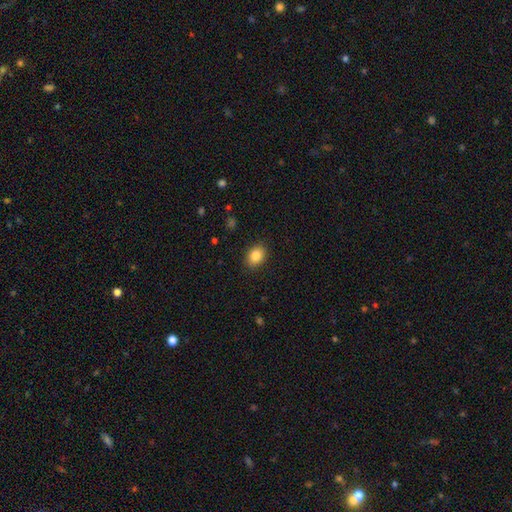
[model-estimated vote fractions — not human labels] Smooth or featured: smooth — 86% (star or artifact — 9%)
How rounded: in between — 68% (round — 31%)
Merging: none — 88% (minor disturbance — 9%)